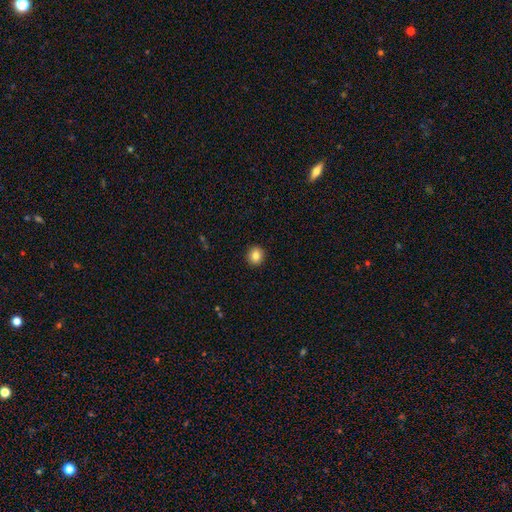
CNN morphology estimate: type=smooth (84%); roundness=round (87%); merging=none (93%).